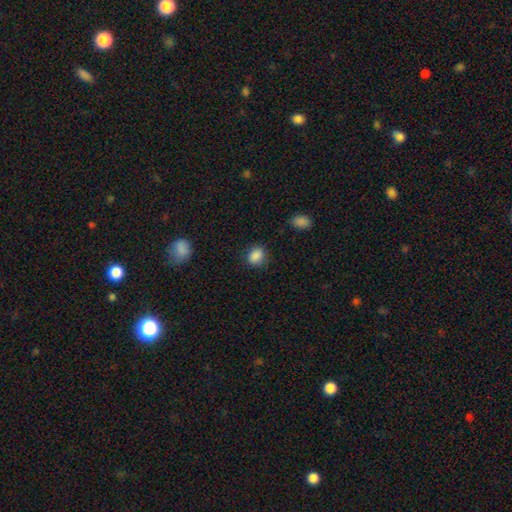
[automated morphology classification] A smooth galaxy with no disk features (88%) that is round (55%).

Vote fractions:
- Smooth or featured? smooth: 88% / star or artifact: 9% / featured or disk: 4%
- How rounded? round: 55% / in between: 44% / cigar-shaped: 1%
- Merging? none: 78% / minor disturbance: 16% / major disturbance: 4% / merger: 2%